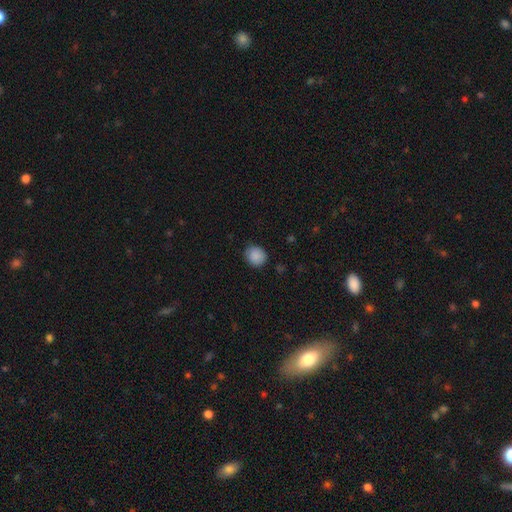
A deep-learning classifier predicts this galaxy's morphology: A smooth galaxy with no disk features (89%) that is round (76%). Merging: none (84%).